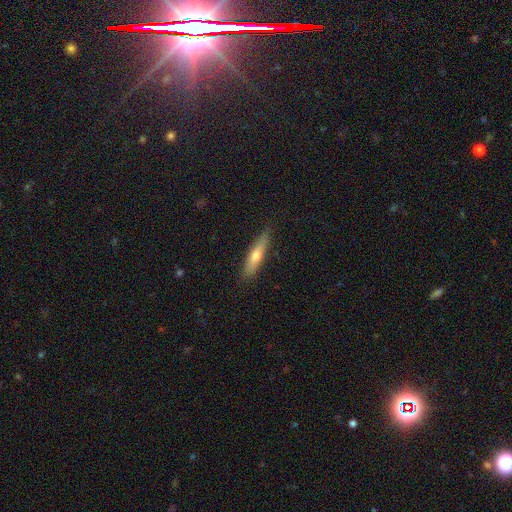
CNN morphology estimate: smooth_or_featured: smooth (p=0.54) [alt: featured or disk p=0.39]
how_rounded: cigar-shaped (p=0.84) [alt: in between p=0.14]
merging: none (p=0.87) [alt: minor disturbance p=0.10]